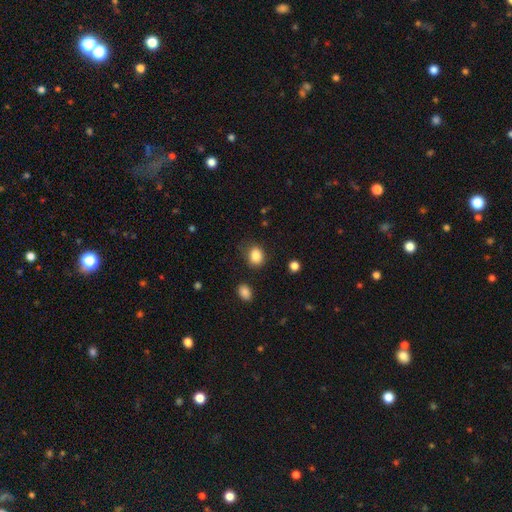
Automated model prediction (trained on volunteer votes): smooth-or-featured: smooth: 85% | star or artifact: 10% | featured or disk: 5%
  how-rounded: in between: 50% | round: 49% | cigar-shaped: 1%
  merging: none: 75% | minor disturbance: 17% | major disturbance: 5% | merger: 3%